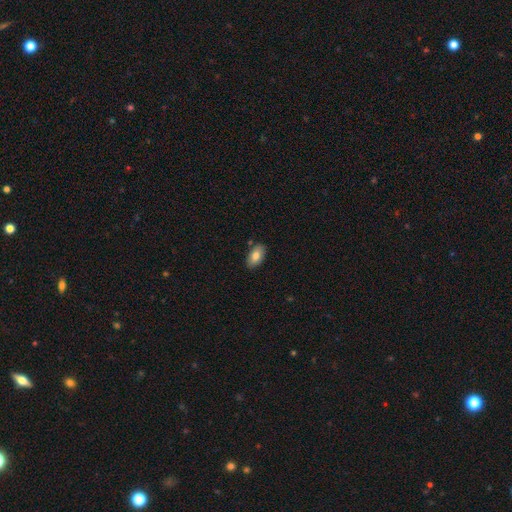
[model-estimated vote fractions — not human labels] This appears to be a smooth galaxy with no disk features (80%) that is in between round and cigar-shaped (93%). Merging: none (84%).